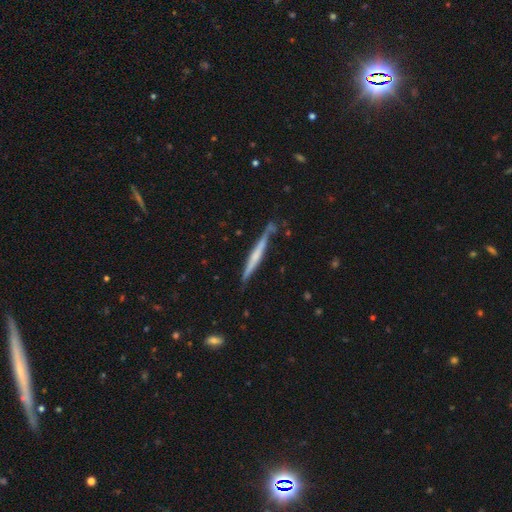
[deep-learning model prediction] The model was most divided on "edge-on bulge": none: 50%, rounded: 34%, boxy: 16%. More confident: edge-on disk — yes (97%); merging — none (79%); smooth or featured — featured or disk (59%).